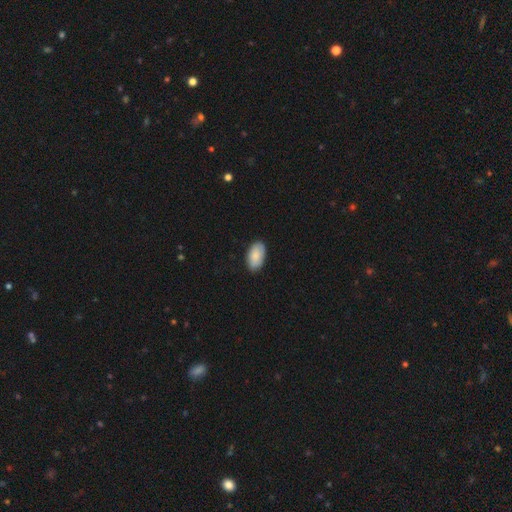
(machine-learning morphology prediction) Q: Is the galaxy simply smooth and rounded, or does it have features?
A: smooth — 84%.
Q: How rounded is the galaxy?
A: in between — 95%.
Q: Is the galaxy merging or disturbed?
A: none — 85%.